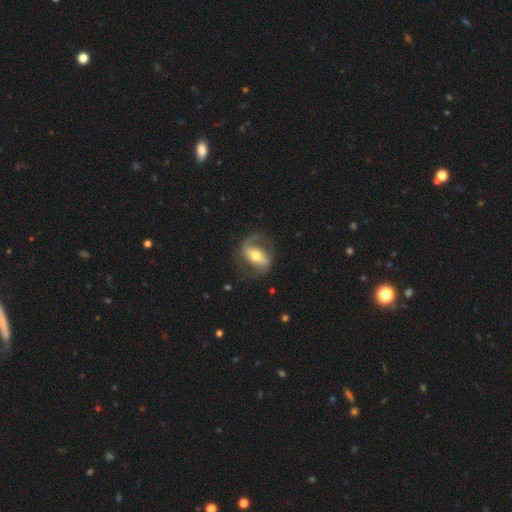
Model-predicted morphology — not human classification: Smooth or featured? featured or disk (74%)
Edge-on disk? no (93%)
Bar? strong (51%)
Spiral arms? yes (85%)
Spiral winding? medium (45%)
Spiral arm count? 2 (81%)
Bulge size? moderate (65%)
Merging? none (69%)